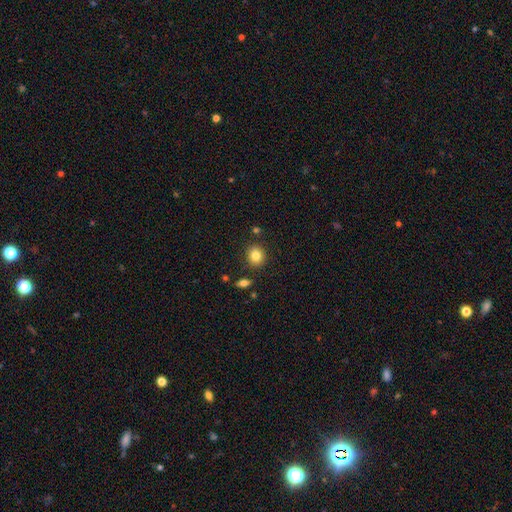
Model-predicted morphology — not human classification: The model was most divided on "how rounded": round: 79%, in between: 20%, cigar-shaped: 1%. More confident: merging — none (87%); smooth or featured — smooth (82%).